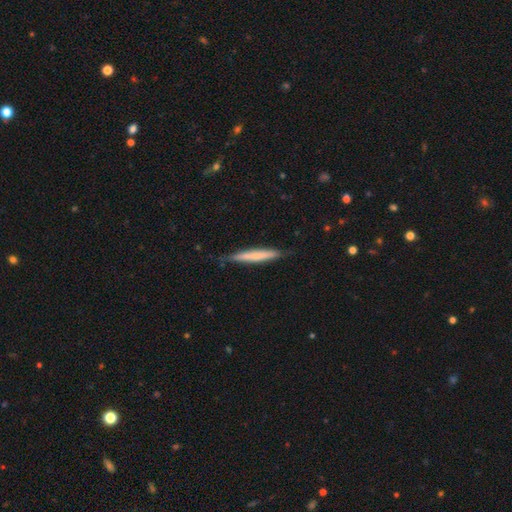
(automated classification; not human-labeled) smooth-or-featured: smooth: 60% | featured or disk: 34% | star or artifact: 5%
  how-rounded: cigar-shaped: 95% | in between: 4% | round: 1%
  merging: none: 80% | minor disturbance: 16% | major disturbance: 2% | merger: 1%